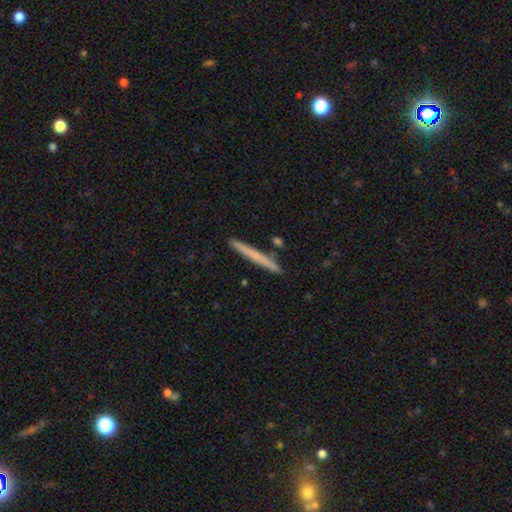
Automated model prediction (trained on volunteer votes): Smooth or featured? Predicted: smooth (p=0.62). How rounded? Predicted: cigar-shaped (p=0.97). Merging? Predicted: none (p=0.90).